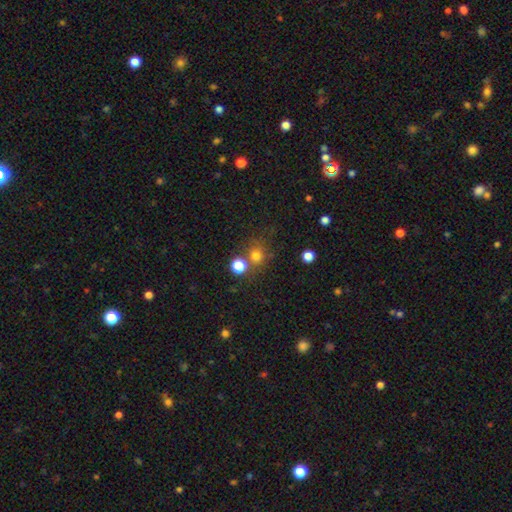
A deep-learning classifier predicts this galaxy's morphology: This is likely a smooth galaxy (73%). How rounded: clearly round (86%). Merging: likely none (64%).